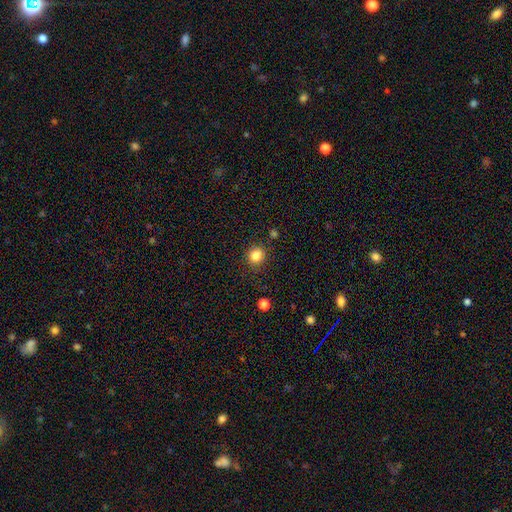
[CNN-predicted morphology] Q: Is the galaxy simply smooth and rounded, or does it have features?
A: smooth — 83%.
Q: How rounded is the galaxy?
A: round — 82%.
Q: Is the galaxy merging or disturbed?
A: none — 82%.